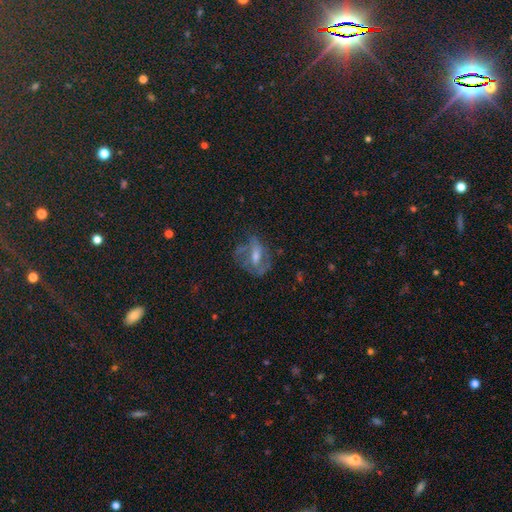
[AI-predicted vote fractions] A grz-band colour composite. It shows a featured or disk galaxy (61%) with no bar (43%), spiral arms (62%) and a moderate central bulge (54%). Merging: none (49%).